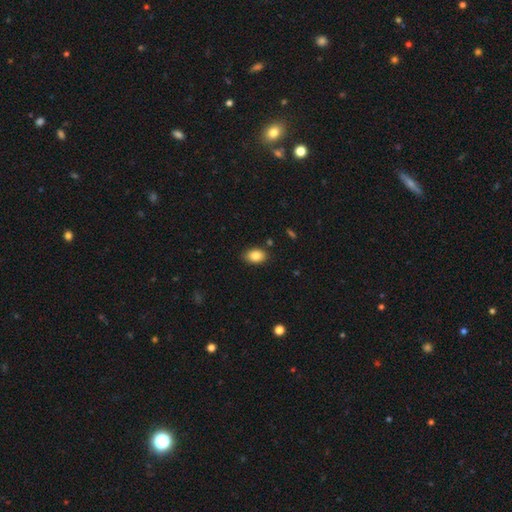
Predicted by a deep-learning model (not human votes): A smooth galaxy with no disk features (85%) that is in between round and cigar-shaped (86%). Merging: none (85%).